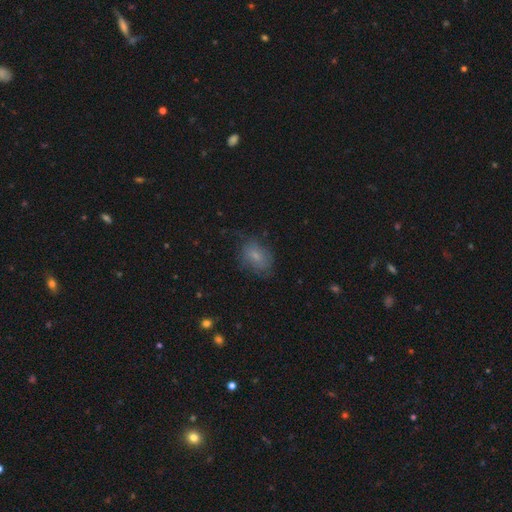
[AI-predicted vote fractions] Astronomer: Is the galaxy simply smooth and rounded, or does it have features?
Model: smooth — 68%.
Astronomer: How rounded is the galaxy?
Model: in between — 75%.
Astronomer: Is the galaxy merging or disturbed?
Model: none — 64%.